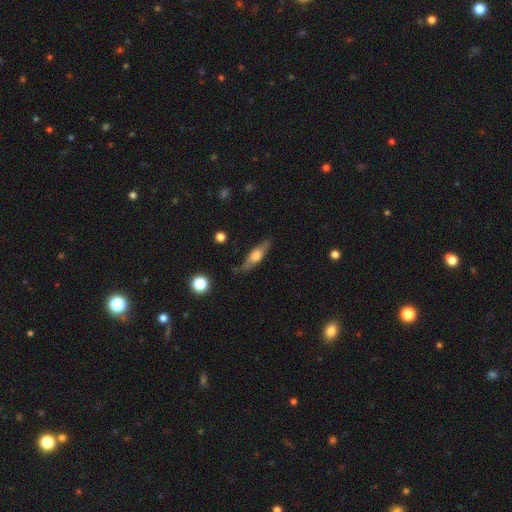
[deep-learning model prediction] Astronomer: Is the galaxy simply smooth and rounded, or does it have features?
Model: featured or disk — 47% (runner-up: smooth, 46%).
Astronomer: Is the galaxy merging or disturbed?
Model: none — 79%.